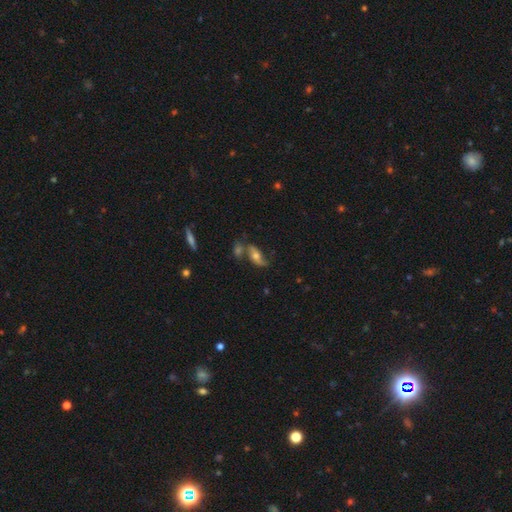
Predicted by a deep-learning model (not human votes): A featured or disk galaxy (53%).

Vote fractions:
- Smooth or featured? featured or disk: 53% / smooth: 36% / star or artifact: 11%
- Edge-on disk? no: 78% / yes: 22%
- Merging? none: 44% / merger: 28% / minor disturbance: 17% / major disturbance: 11%